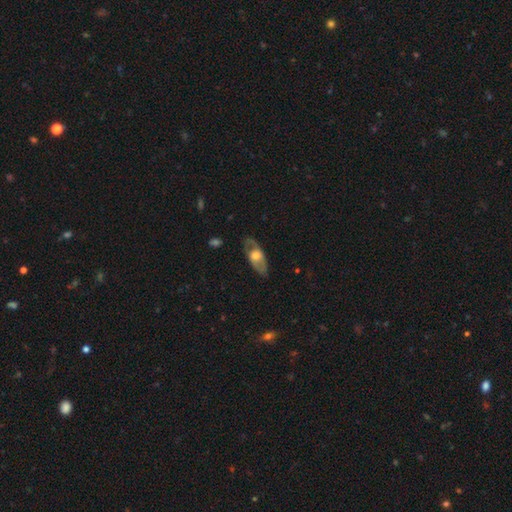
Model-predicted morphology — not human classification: The model was most divided on "smooth or featured": featured or disk: 54%, smooth: 40%, star or artifact: 6%. More confident: edge-on disk — no (74%); merging — none (72%).